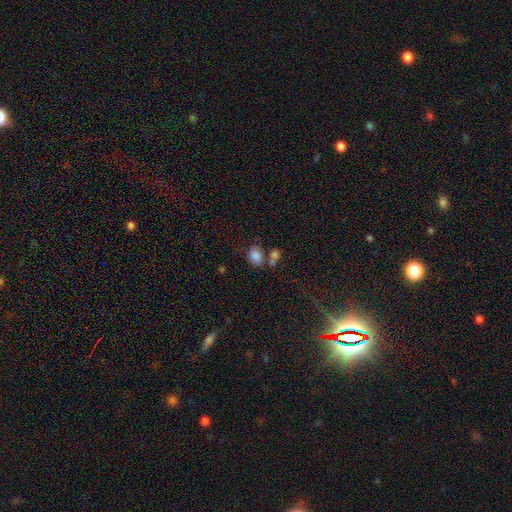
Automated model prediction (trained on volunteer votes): smooth_or_featured: smooth (p=0.83) [alt: star or artifact p=0.10]
how_rounded: in between (p=0.62) [alt: round p=0.37]
merging: none (p=0.51) [alt: merger p=0.29]